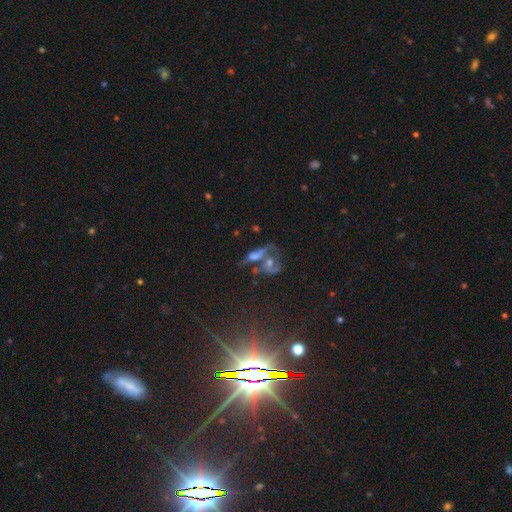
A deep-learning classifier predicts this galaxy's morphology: A featured or disk galaxy (45%).

Vote fractions:
- Smooth or featured? featured or disk: 45% / smooth: 38% / star or artifact: 17%
- Merging? merger: 50% / none: 23% / major disturbance: 15% / minor disturbance: 12%